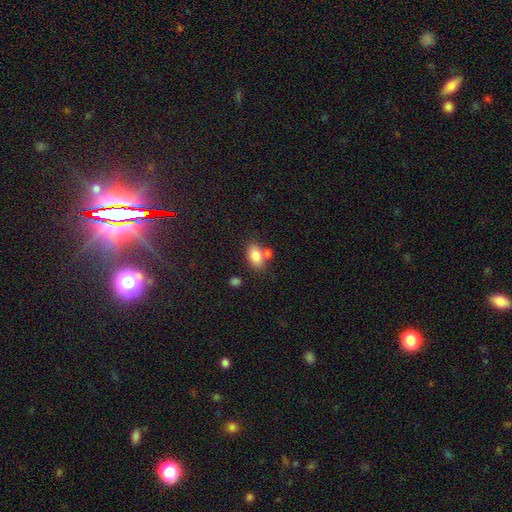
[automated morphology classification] The model was most divided on "merging": none: 60%, merger: 23%, minor disturbance: 13%, major disturbance: 4%. More confident: how rounded — in between (87%); smooth or featured — smooth (83%).